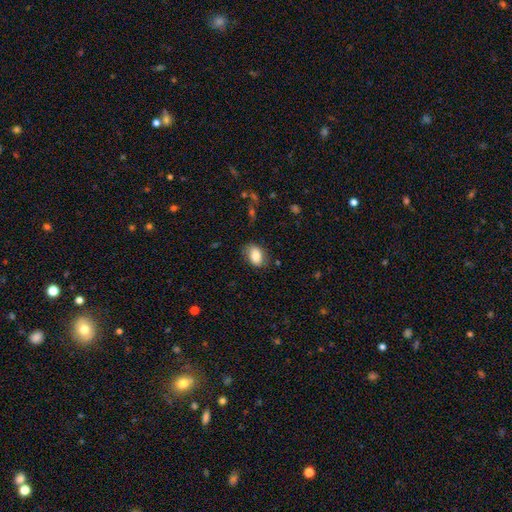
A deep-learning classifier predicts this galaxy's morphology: smooth_or_featured: smooth (p=0.82) [alt: featured or disk p=0.11]
how_rounded: in between (p=0.84) [alt: round p=0.14]
merging: none (p=0.77) [alt: minor disturbance p=0.17]